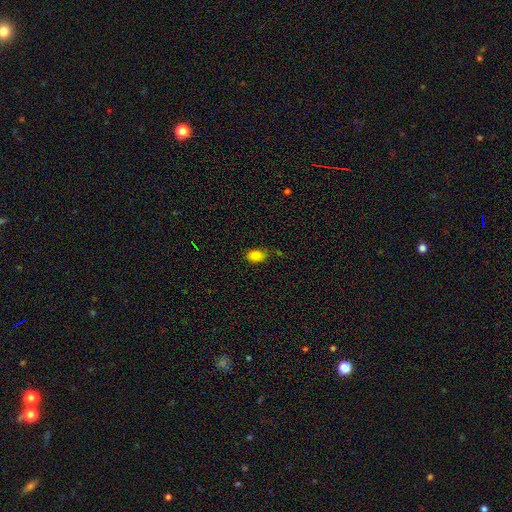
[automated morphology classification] Smooth or featured? Predicted: smooth (p=0.84). How rounded? Predicted: in between (p=0.77). Merging? Predicted: none (p=0.70).